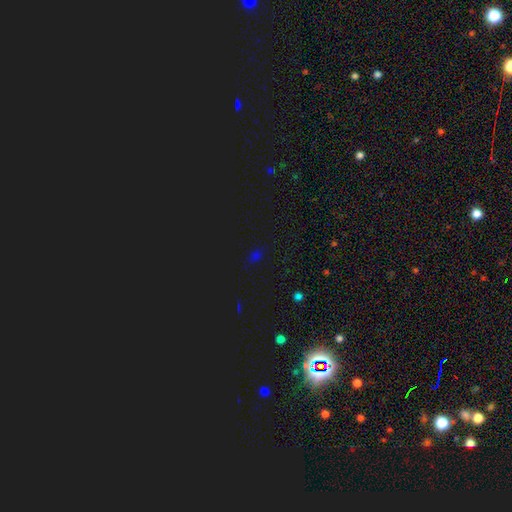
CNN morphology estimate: Smooth or featured?
  - star or artifact: 55% *
  - smooth: 39%
  - featured or disk: 6%